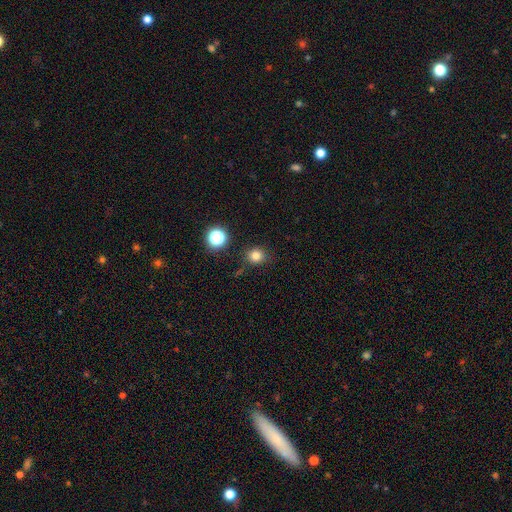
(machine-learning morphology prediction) Smooth or featured? smooth (80%)
How rounded? round (85%)
Merging? none (83%)